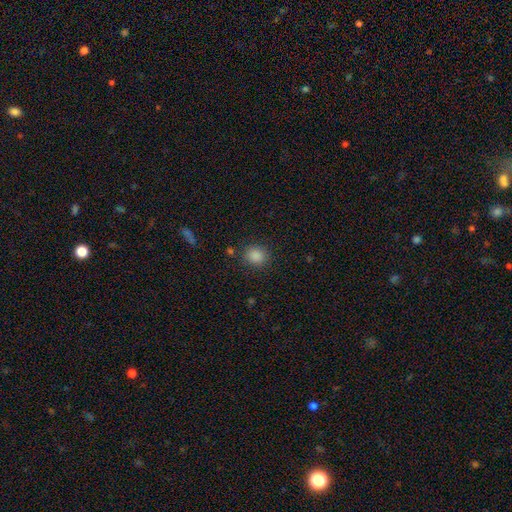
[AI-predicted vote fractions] smooth 86%, star or artifact 11%, featured or disk 3%. Down the decision tree: how rounded — round (76%); merging — none (84%).